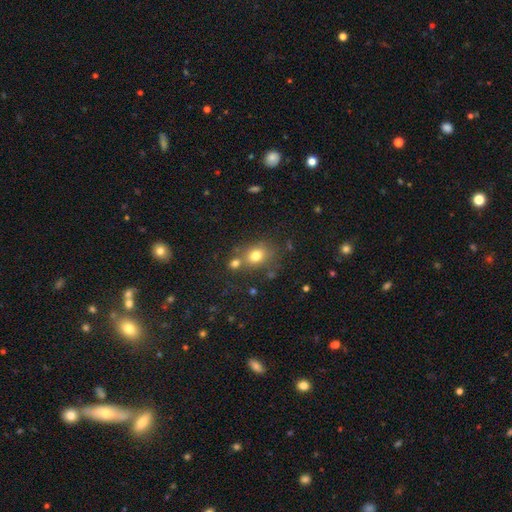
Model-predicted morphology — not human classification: Overall: smooth (75%). How rounded: round (53%; in between 46%). Merging: none (62%).